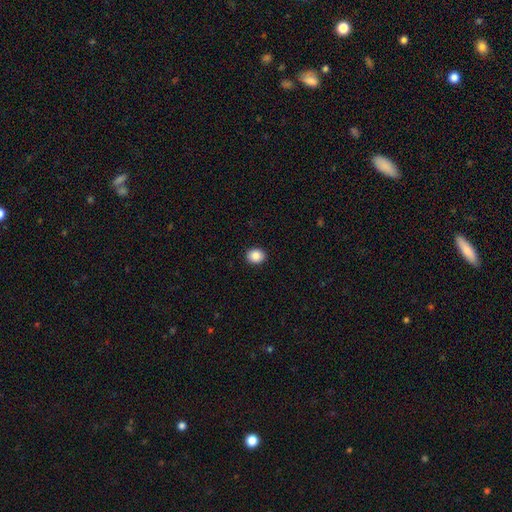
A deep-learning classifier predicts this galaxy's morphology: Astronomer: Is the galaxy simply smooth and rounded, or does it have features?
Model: smooth — 87%.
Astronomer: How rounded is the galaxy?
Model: round — 60% (runner-up: in between, 39%).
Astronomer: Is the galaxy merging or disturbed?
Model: none — 92%.